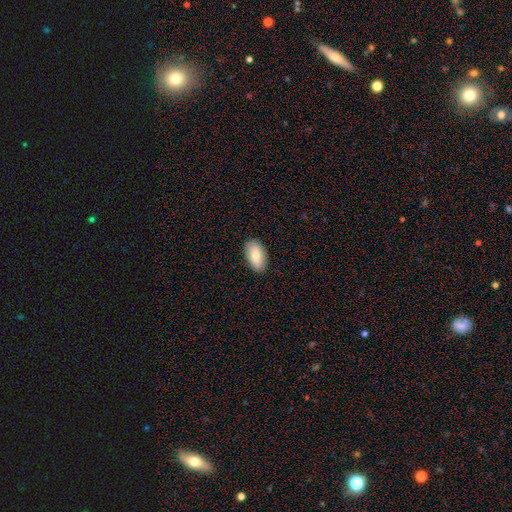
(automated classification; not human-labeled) Morphology: type=smooth (79%); roundness=in between (94%); merging=none (87%).